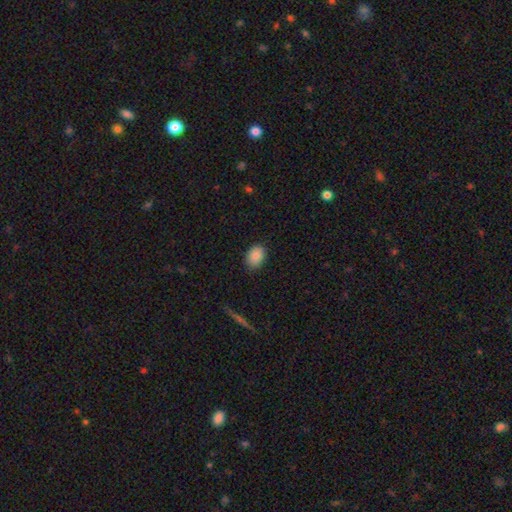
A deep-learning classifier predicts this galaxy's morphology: smooth-or-featured: smooth: 87% | star or artifact: 8% | featured or disk: 5%
  how-rounded: in between: 73% | round: 26% | cigar-shaped: 1%
  merging: none: 87% | minor disturbance: 10% | major disturbance: 2% | merger: 1%